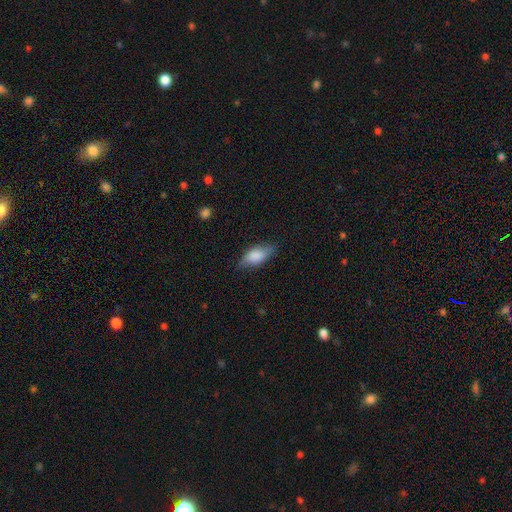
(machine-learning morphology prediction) Q: Smooth or featured?
A: smooth (78%); runner-up: featured or disk (15%)
Q: How rounded?
A: in between (83%); runner-up: cigar-shaped (13%)
Q: Merging?
A: none (72%); runner-up: minor disturbance (22%)